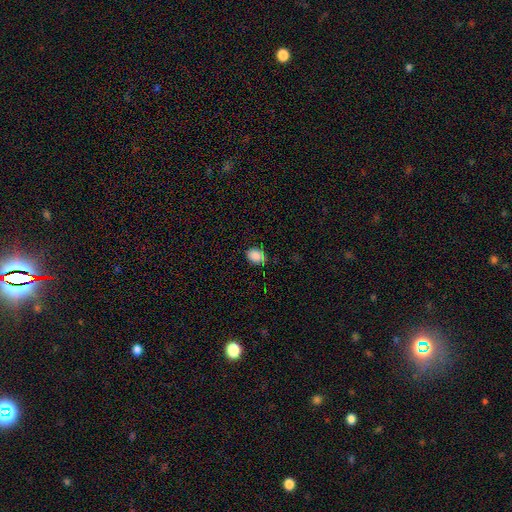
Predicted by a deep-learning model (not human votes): Morphology: type=smooth (87%); roundness=in between (63%); merging=none (76%).